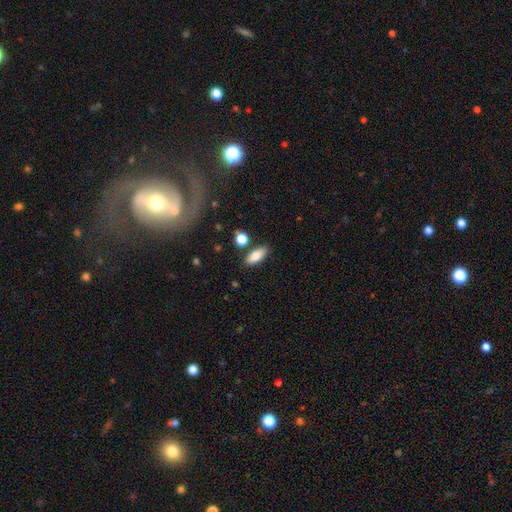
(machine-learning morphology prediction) Smooth or featured?
  - smooth: 84% *
  - featured or disk: 9%
  - star or artifact: 7%
How rounded?
  - in between: 78% *
  - cigar-shaped: 18%
  - round: 3%
Merging?
  - none: 82% *
  - minor disturbance: 10%
  - merger: 5%
  - major disturbance: 3%